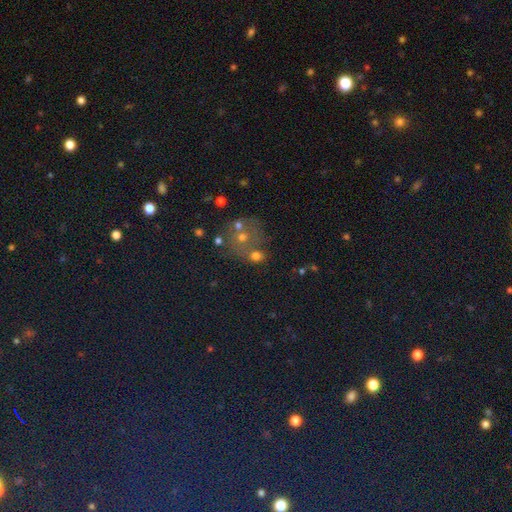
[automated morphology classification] smooth_or_featured: smooth (p=0.61) [alt: star or artifact p=0.20]
how_rounded: round (p=0.72) [alt: in between p=0.26]
merging: none (p=0.45) [alt: merger p=0.35]